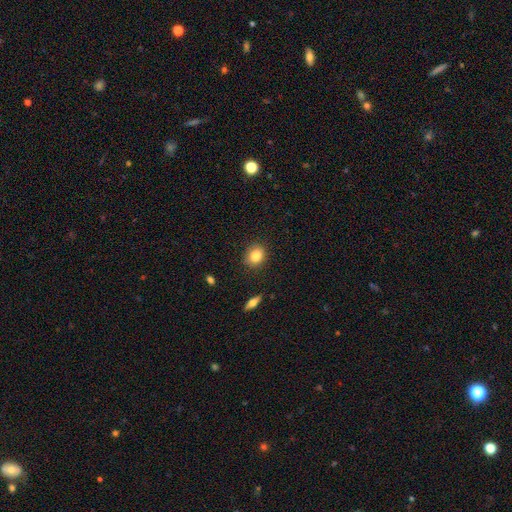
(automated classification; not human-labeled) Overall: smooth (84%). How rounded: round (60%; in between 39%). Merging: none (86%).